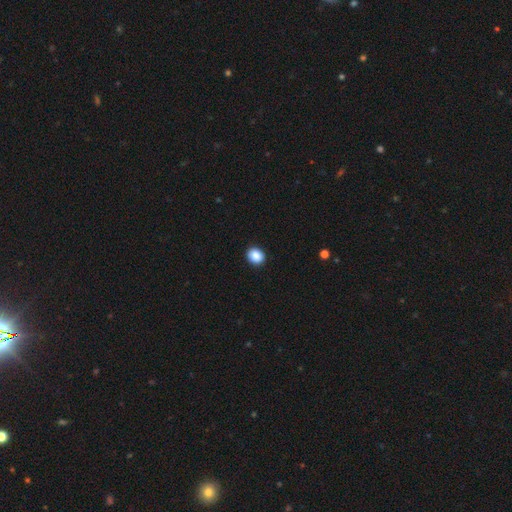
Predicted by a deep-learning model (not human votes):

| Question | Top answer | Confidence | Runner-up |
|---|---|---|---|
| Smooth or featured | smooth | 89% | star or artifact (8%) |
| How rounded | round | 67% | in between (32%) |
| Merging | none | 92% | minor disturbance (6%) |